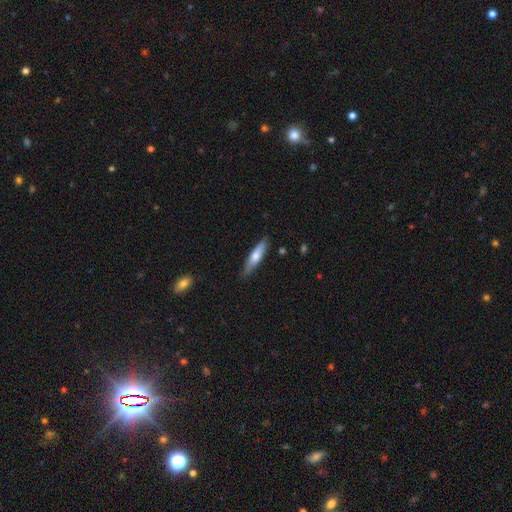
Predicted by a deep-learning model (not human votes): Smooth or featured: smooth — 60% (featured or disk — 34%)
How rounded: cigar-shaped — 78% (in between — 20%)
Merging: none — 85% (minor disturbance — 11%)